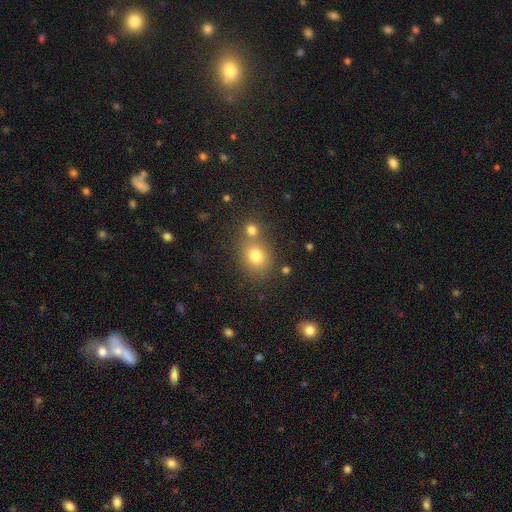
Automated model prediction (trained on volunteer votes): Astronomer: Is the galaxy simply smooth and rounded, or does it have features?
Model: smooth — 76%.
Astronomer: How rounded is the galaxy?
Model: round — 63%.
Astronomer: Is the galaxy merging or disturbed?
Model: none — 60%.